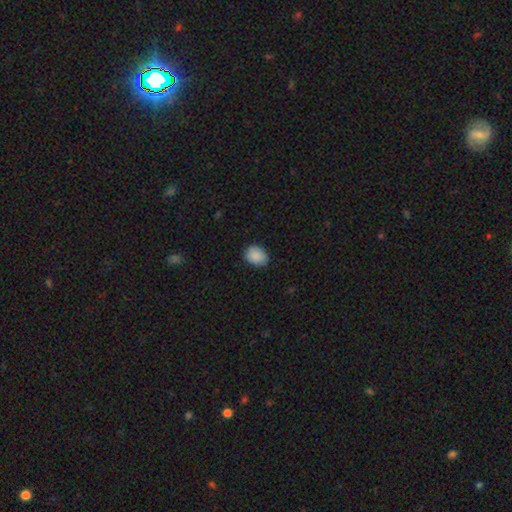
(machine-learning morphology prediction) smooth_or_featured: smooth (p=0.89) [alt: star or artifact p=0.07]
how_rounded: in between (p=0.60) [alt: round p=0.40]
merging: none (p=0.84) [alt: minor disturbance p=0.12]